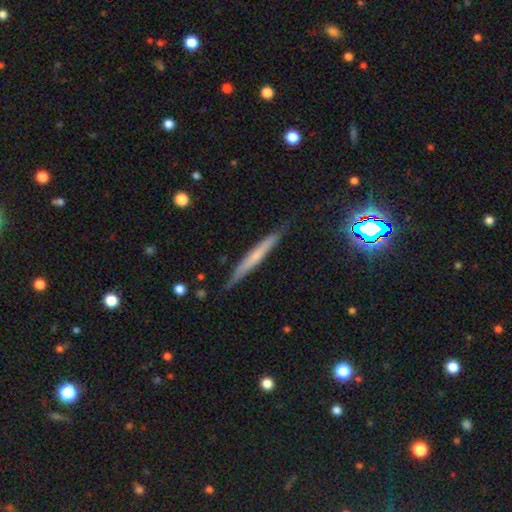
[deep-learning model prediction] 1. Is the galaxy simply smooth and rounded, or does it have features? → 47% smooth, 44% featured or disk, 9% star or artifact.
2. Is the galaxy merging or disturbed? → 84% none, 12% minor disturbance, 2% major disturbance, 2% merger.